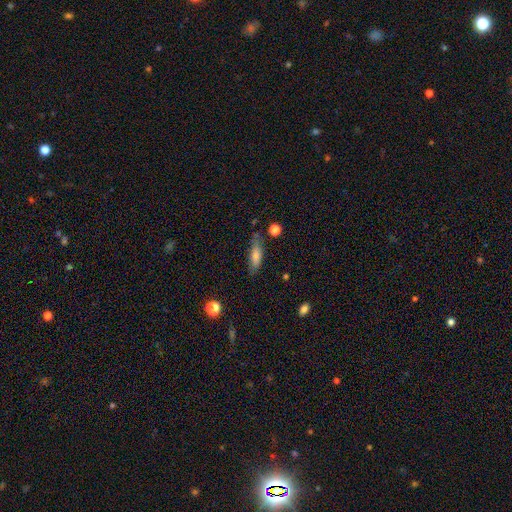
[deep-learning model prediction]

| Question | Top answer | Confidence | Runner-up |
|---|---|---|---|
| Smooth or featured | smooth | 69% | featured or disk (23%) |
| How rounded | cigar-shaped | 52% | in between (45%) |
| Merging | none | 72% | minor disturbance (19%) |